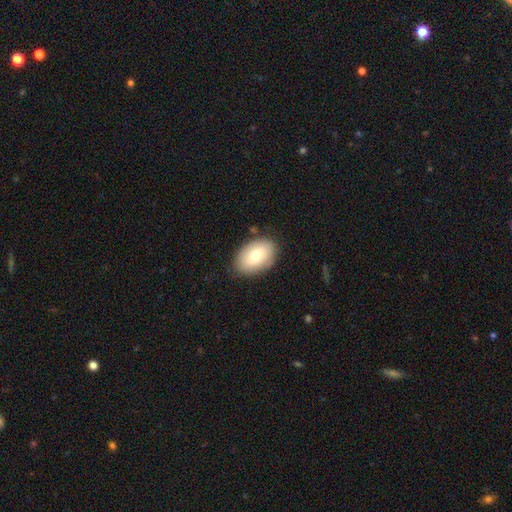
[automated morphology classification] smooth 76%, featured or disk 17%, star or artifact 6%. Down the decision tree: how rounded — in between (90%); merging — none (84%).